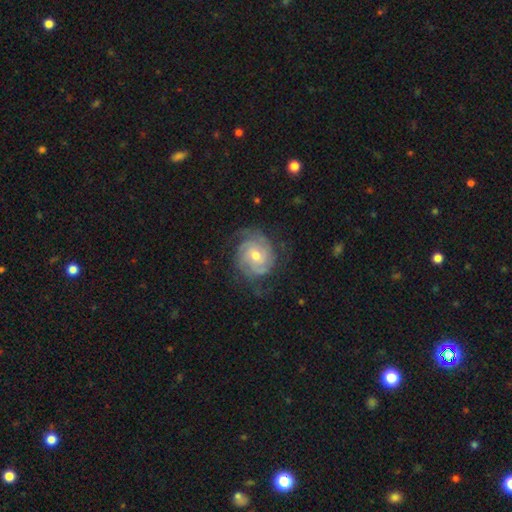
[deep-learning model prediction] smooth-or-featured: featured or disk: 87% | smooth: 8% | star or artifact: 5%
  disk-edge-on: no: 98% | yes: 2%
    bar: no: 58% | weak: 35% | strong: 7%
    has-spiral-arms: yes: 97% | no: 3%
      spiral-winding: tight: 70% | medium: 25% | loose: 5%
      spiral-arm-count: 3: 31% | can't tell: 22% | 2: 22% | 4: 13% | more than 4: 6% | 1: 6%
    bulge-size: moderate: 59% | small: 38% | large: 2% | none: 1% | dominant: 1%
  merging: none: 73% | minor disturbance: 17% | major disturbance: 8% | merger: 1%